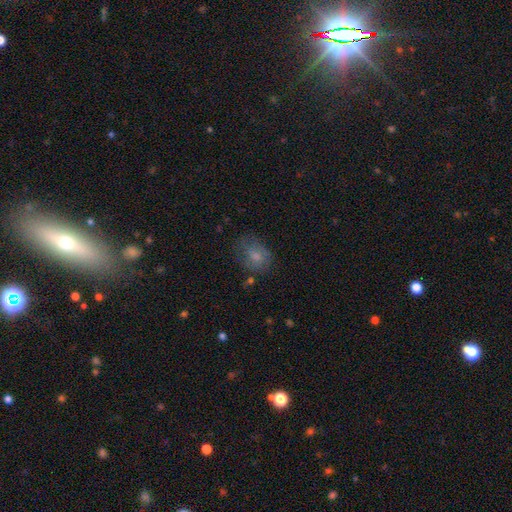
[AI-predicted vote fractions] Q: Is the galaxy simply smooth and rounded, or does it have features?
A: smooth — 67%.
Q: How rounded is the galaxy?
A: in between — 58%.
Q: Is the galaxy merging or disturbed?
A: none — 52%.